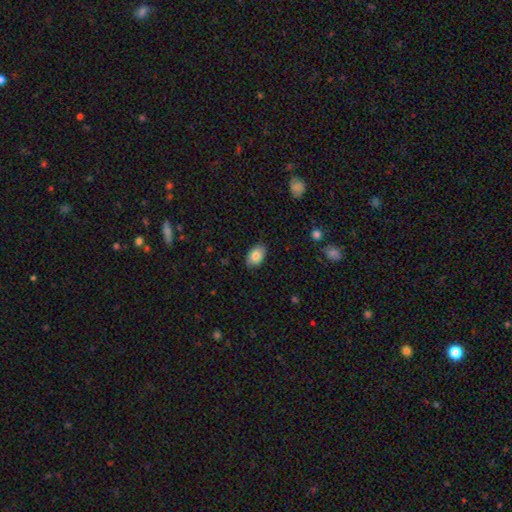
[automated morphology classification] Q: Smooth or featured?
A: smooth (82%); runner-up: featured or disk (11%)
Q: How rounded?
A: in between (90%); runner-up: round (9%)
Q: Merging?
A: none (84%); runner-up: minor disturbance (13%)